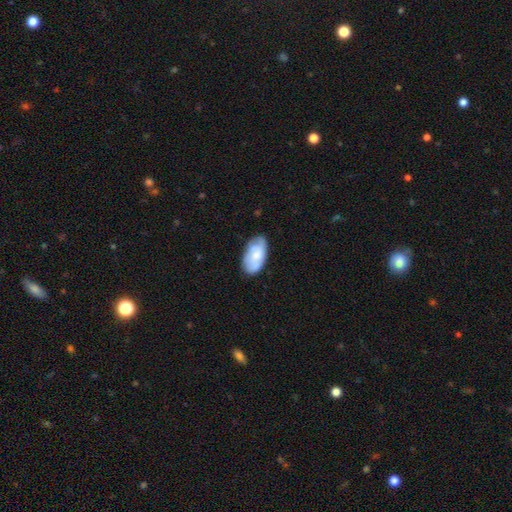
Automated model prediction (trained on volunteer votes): Morphology: type=smooth (69%); roundness=in between (95%); merging=none (72%).